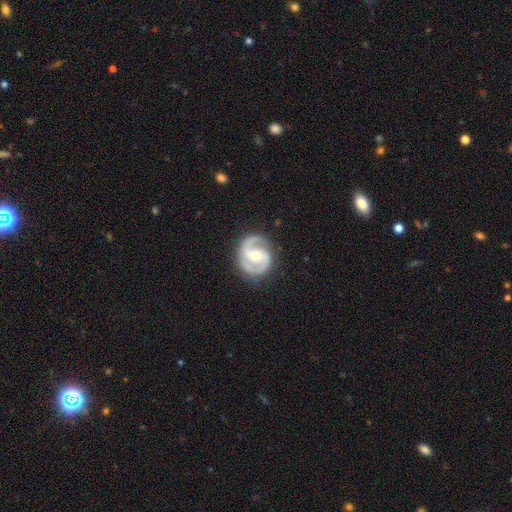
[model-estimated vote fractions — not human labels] Overall: featured or disk (90%). Edge-on disk: no (98%). Bar: weak (44%; no 32%). Spiral arms: yes (97%). Spiral arm count: 2 (92%). Spiral winding: medium (52%; tight 37%). Bulge size: moderate (55%; small 41%). Merging: none (83%).